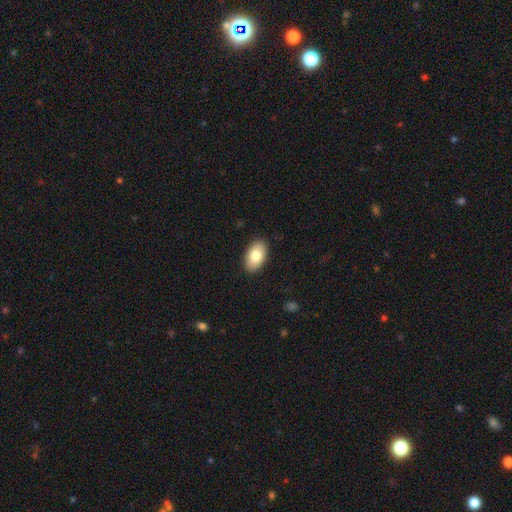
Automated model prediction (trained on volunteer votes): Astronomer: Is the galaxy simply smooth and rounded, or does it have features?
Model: smooth — 81%.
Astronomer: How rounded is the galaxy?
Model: in between — 94%.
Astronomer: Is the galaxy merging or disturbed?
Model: none — 89%.